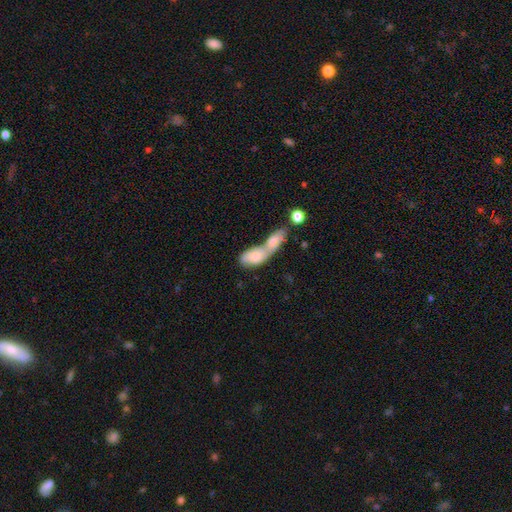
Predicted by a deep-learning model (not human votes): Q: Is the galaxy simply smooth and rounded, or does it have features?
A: smooth — 71%.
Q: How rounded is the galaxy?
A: in between — 83%.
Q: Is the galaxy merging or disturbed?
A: merger — 77%.